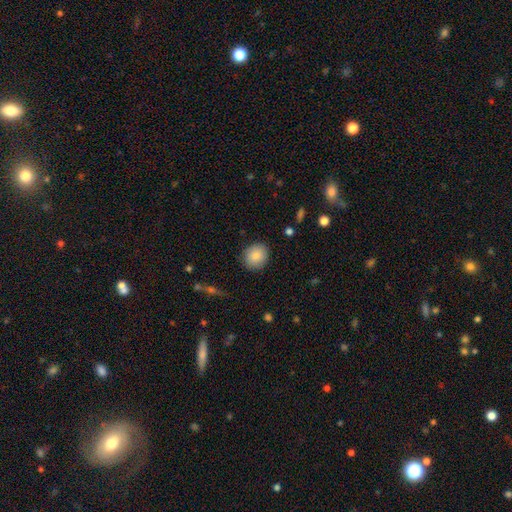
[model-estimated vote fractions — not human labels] smooth-or-featured: smooth: 85% | star or artifact: 8% | featured or disk: 7%
  how-rounded: round: 78% | in between: 21% | cigar-shaped: 1%
  merging: none: 88% | minor disturbance: 9% | major disturbance: 2% | merger: 1%